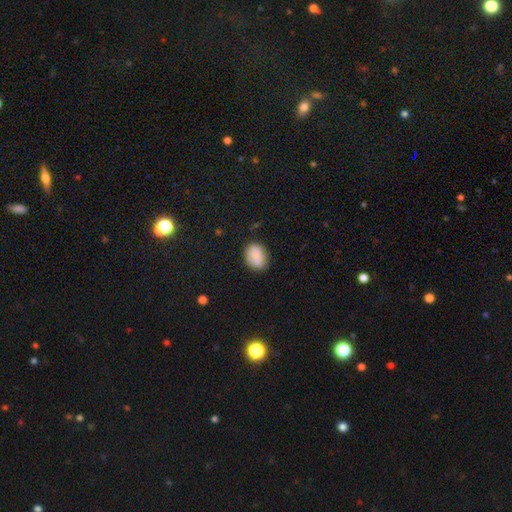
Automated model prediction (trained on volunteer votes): This appears to be a smooth galaxy with no disk features (79%) that is in between round and cigar-shaped (66%). Merging: none (69%).